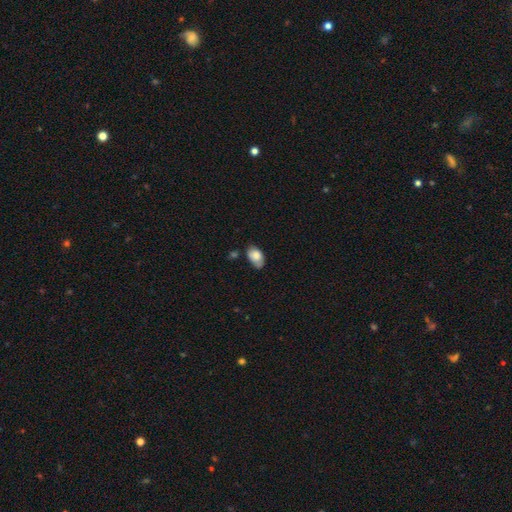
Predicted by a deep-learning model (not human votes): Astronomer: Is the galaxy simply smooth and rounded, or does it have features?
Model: smooth — 78%.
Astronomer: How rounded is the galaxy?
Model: in between — 91%.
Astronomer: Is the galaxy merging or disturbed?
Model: none — 57%.